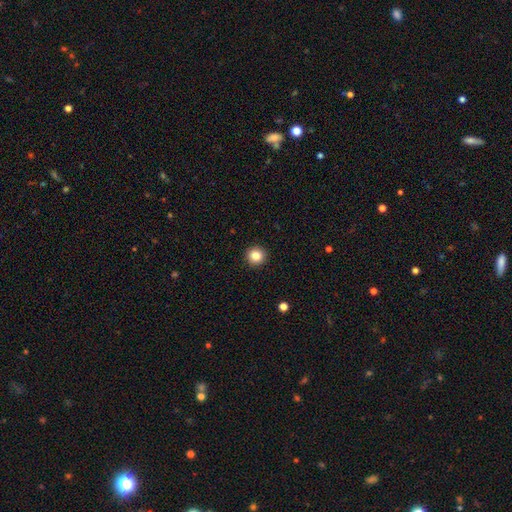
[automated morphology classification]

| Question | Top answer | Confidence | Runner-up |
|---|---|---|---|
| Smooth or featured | smooth | 83% | star or artifact (11%) |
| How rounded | round | 96% | in between (3%) |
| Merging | none | 94% | minor disturbance (4%) |